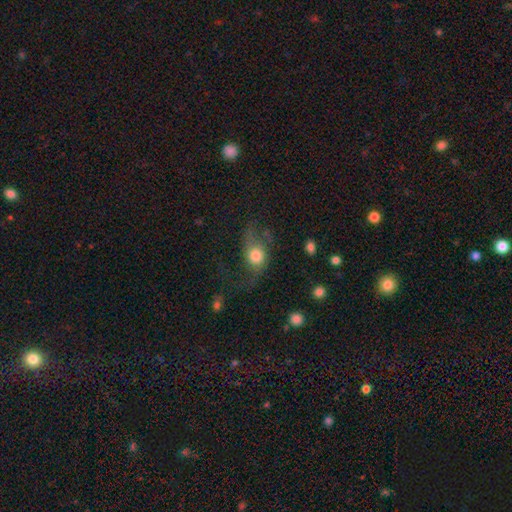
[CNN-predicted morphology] Q: Smooth or featured?
A: smooth (53%); runner-up: featured or disk (37%)
Q: How rounded?
A: round (53%); runner-up: in between (44%)
Q: Merging?
A: major disturbance (40%); runner-up: none (37%)